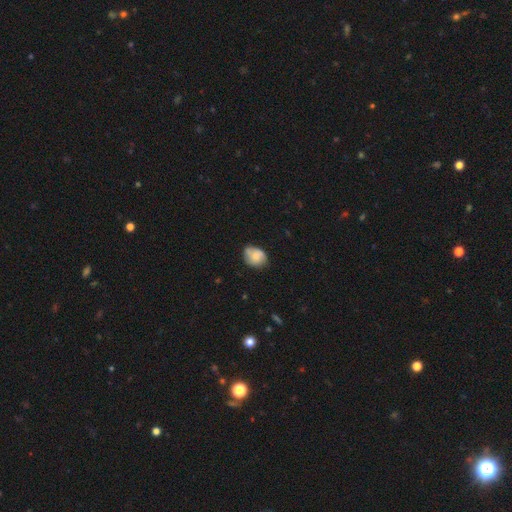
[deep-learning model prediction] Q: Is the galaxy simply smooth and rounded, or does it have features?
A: smooth — 66%.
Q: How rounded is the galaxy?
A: in between — 50%.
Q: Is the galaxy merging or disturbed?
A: none — 52%.